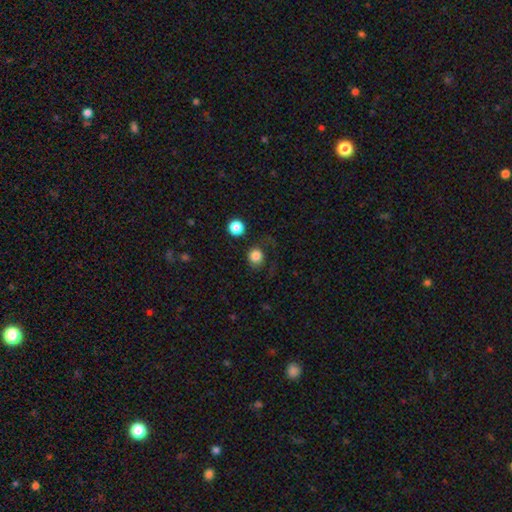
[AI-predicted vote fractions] Smooth or featured? smooth (83%)
How rounded? round (88%)
Merging? none (68%)